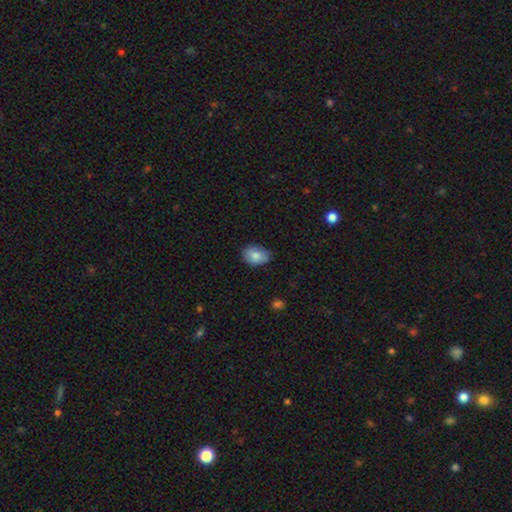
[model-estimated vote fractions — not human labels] smooth-or-featured: smooth: 83% | featured or disk: 10% | star or artifact: 7%
  how-rounded: in between: 82% | round: 17% | cigar-shaped: 1%
  merging: none: 71% | minor disturbance: 24% | major disturbance: 4% | merger: 1%